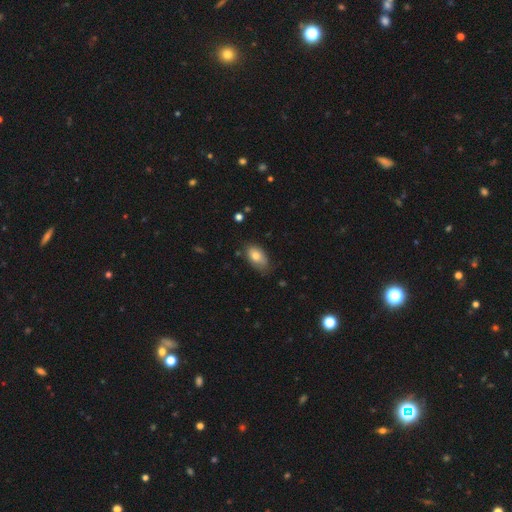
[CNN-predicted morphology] Smooth or featured?
  - smooth: 77% *
  - featured or disk: 16%
  - star or artifact: 8%
How rounded?
  - in between: 91% *
  - round: 7%
  - cigar-shaped: 2%
Merging?
  - none: 64% *
  - minor disturbance: 29%
  - major disturbance: 5%
  - merger: 2%